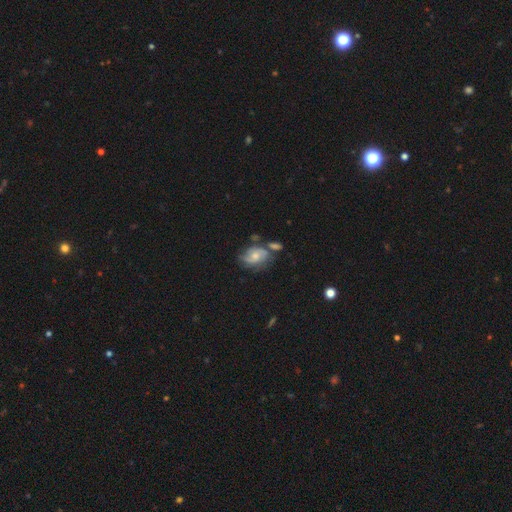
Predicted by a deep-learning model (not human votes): smooth-or-featured: featured or disk: 66% | smooth: 27% | star or artifact: 8%
  disk-edge-on: no: 97% | yes: 3%
    bar: no: 70% | weak: 26% | strong: 4%
    has-spiral-arms: yes: 87% | no: 13%
      spiral-winding: medium: 42% | tight: 38% | loose: 20%
      spiral-arm-count: 2: 49% | can't tell: 26% | 3: 14% | 1: 5% | 4: 3% | more than 4: 3%
    bulge-size: moderate: 51% | small: 39% | large: 5% | none: 4% | dominant: 1%
  merging: none: 44% | minor disturbance: 24% | merger: 19% | major disturbance: 13%